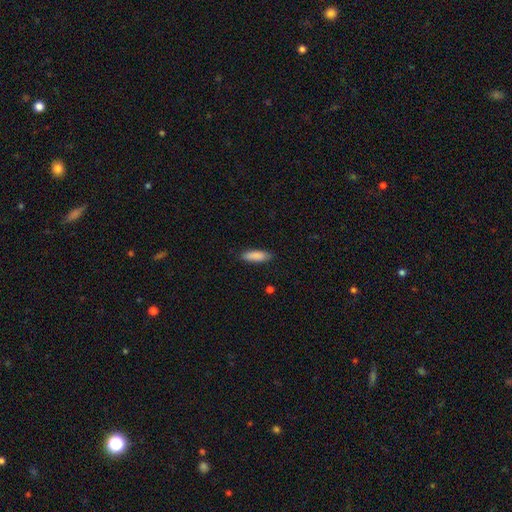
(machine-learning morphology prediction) Smooth or featured: smooth — 88% (star or artifact — 6%)
How rounded: cigar-shaped — 49% (tied with in between — 49%)
Merging: none — 86% (minor disturbance — 11%)